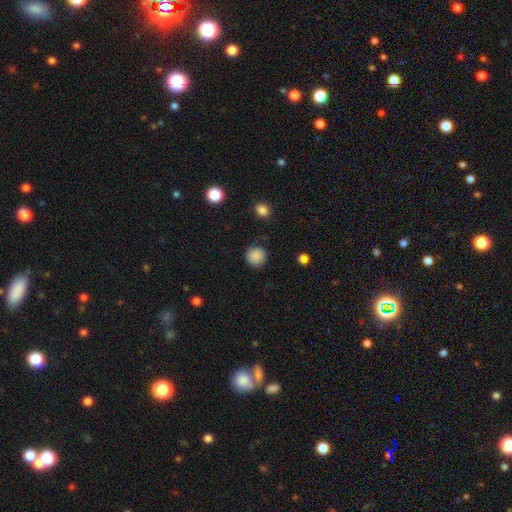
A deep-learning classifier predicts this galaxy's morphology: Smooth or featured?
  - smooth: 87% *
  - star or artifact: 10%
  - featured or disk: 4%
How rounded?
  - round: 93% *
  - in between: 6%
  - cigar-shaped: 1%
Merging?
  - none: 87% *
  - minor disturbance: 9%
  - major disturbance: 3%
  - merger: 1%